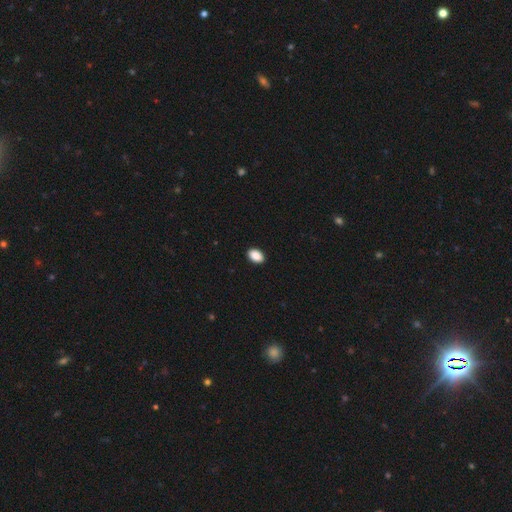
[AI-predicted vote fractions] Morphology: type=smooth (90%); roundness=in between (89%); merging=none (91%).